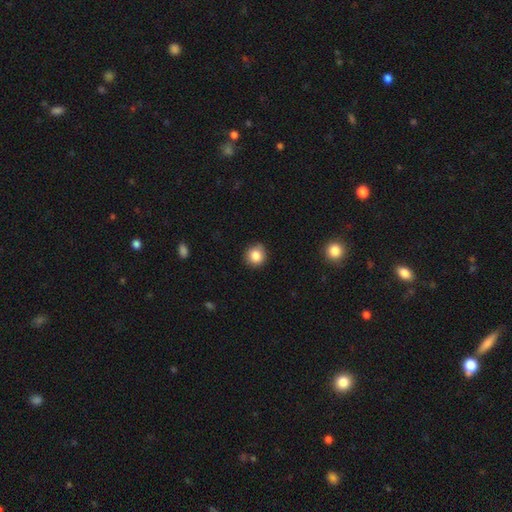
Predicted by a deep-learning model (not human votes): Morphology: type=smooth (84%); roundness=round (91%); merging=none (86%).